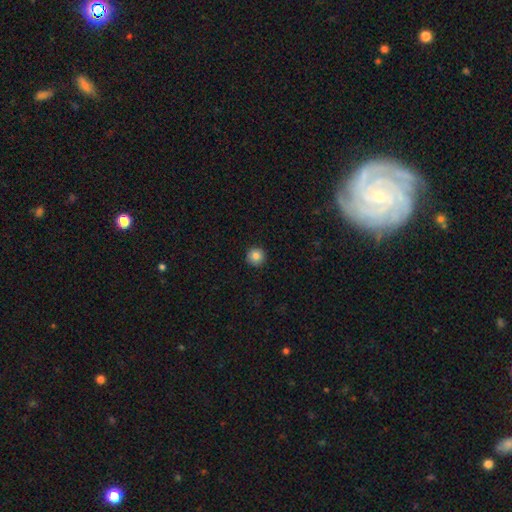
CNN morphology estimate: Smooth or featured? Predicted: smooth (p=0.85). How rounded? Predicted: round (p=0.96). Merging? Predicted: none (p=0.93).